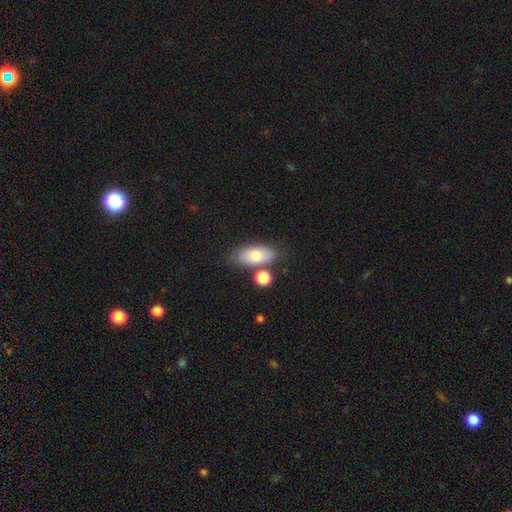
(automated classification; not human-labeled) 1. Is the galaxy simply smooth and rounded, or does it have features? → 74% smooth, 19% featured or disk, 7% star or artifact.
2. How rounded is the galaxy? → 84% in between, 10% cigar-shaped, 6% round.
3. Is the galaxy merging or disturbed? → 69% none, 14% merger, 13% minor disturbance, 4% major disturbance.